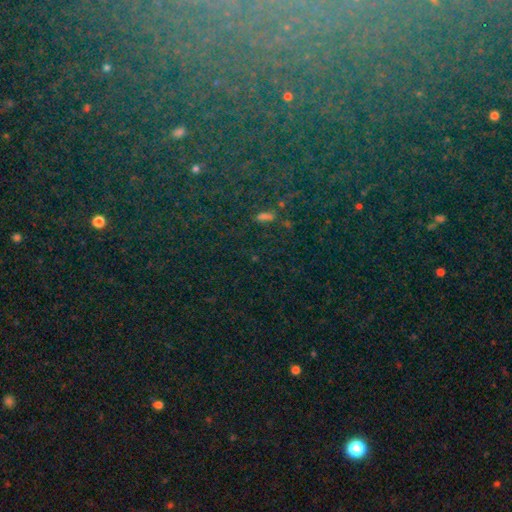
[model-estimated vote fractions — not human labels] Overall: star or artifact (77%).